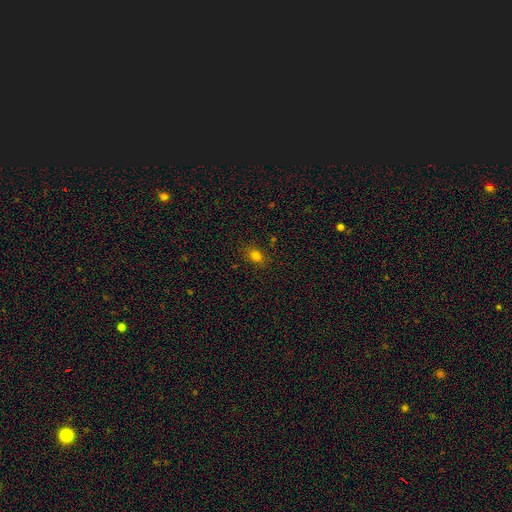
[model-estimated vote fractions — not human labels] Smooth or featured? smooth (78%)
How rounded? in between (65%)
Merging? none (83%)